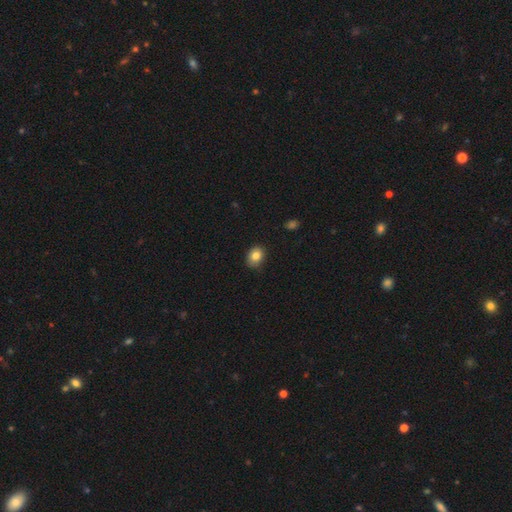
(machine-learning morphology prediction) A smooth galaxy with no disk features (83%) that is in between round and cigar-shaped (56%).

Vote fractions:
- Smooth or featured? smooth: 83% / star or artifact: 10% / featured or disk: 8%
- How rounded? in between: 56% / round: 43% / cigar-shaped: 1%
- Merging? none: 81% / minor disturbance: 15% / major disturbance: 2% / merger: 1%